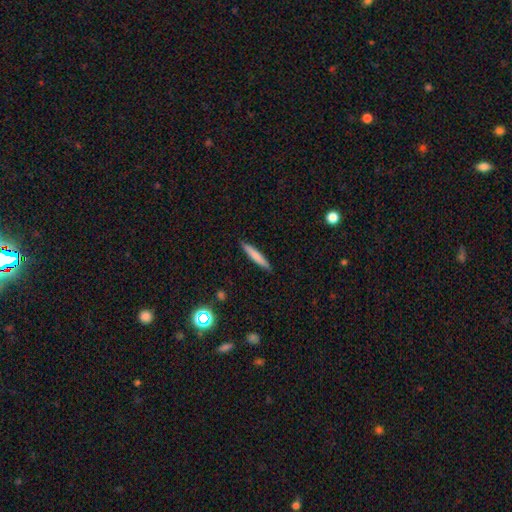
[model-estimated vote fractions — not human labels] Overall: smooth (75%). How rounded: cigar-shaped (92%). Merging: none (90%).